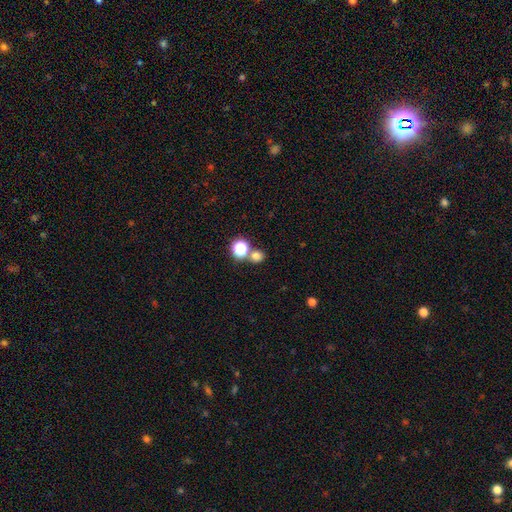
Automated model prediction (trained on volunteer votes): A smooth galaxy with no disk features (74%) that is round (80%).

Vote fractions:
- Smooth or featured? smooth: 74% / star or artifact: 20% / featured or disk: 6%
- How rounded? round: 80% / in between: 19% / cigar-shaped: 1%
- Merging? none: 64% / merger: 26% / minor disturbance: 7% / major disturbance: 3%